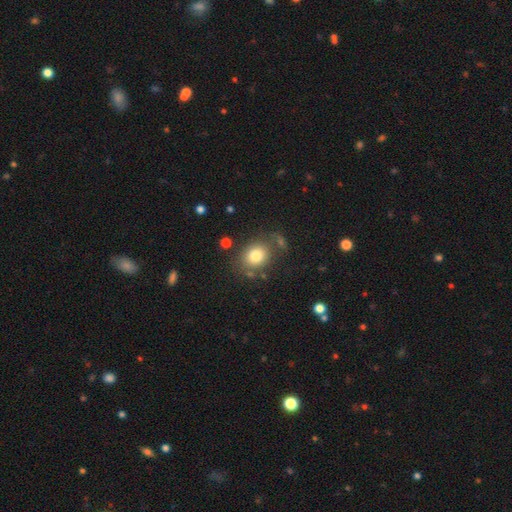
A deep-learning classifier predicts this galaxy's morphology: Overall: smooth (80%). How rounded: round (60%; in between 39%). Merging: none (74%).